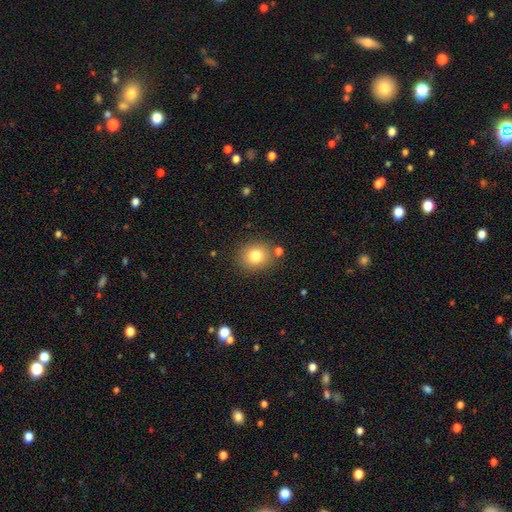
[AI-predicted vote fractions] This appears to be a smooth galaxy with no disk features (80%) that is round (76%). Merging: none (81%).